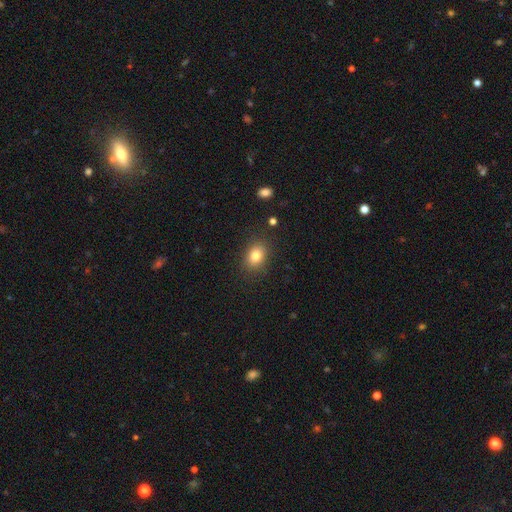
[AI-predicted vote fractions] This appears to be a smooth galaxy with no disk features (82%) that is in between round and cigar-shaped (62%). Merging: none (85%).